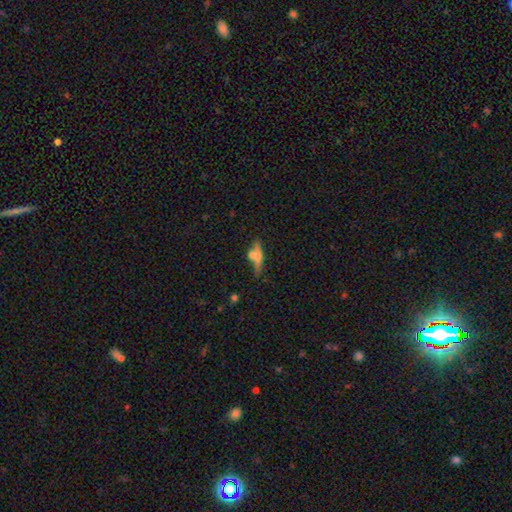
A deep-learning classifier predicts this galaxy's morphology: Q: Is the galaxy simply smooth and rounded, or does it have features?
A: smooth — 49%.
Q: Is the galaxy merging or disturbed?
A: none — 50%.